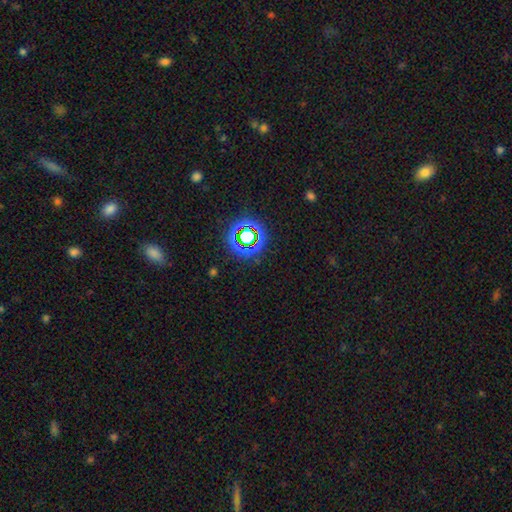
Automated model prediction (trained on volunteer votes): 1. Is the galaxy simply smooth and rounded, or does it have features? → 52% star or artifact, 37% smooth, 11% featured or disk.